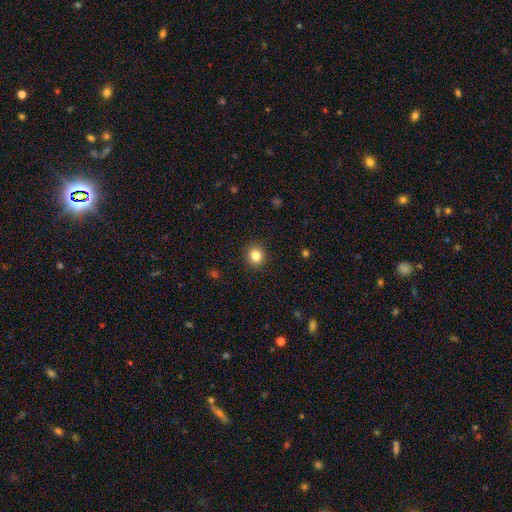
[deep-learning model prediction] A smooth galaxy with no disk features (84%) that is round (83%). Merging: none (91%).